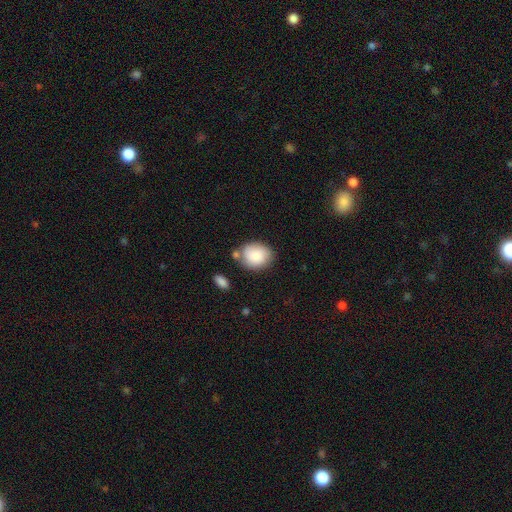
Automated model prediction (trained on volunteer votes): Smooth or featured? Predicted: smooth (p=0.81). How rounded? Predicted: round (p=0.50). Merging? Predicted: none (p=0.65).